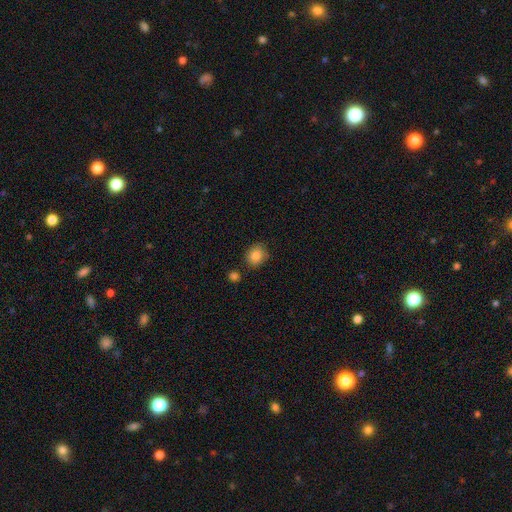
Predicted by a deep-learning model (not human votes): The model was most divided on "how rounded": round: 72%, in between: 27%, cigar-shaped: 1%. More confident: smooth or featured — smooth (85%); merging — none (80%).